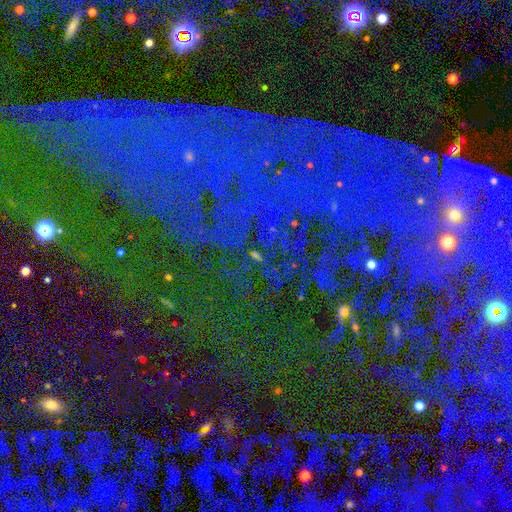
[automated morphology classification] A star or artifact, not a galaxy (83%).

Vote fractions:
- Smooth or featured? star or artifact: 83% / smooth: 9% / featured or disk: 8%